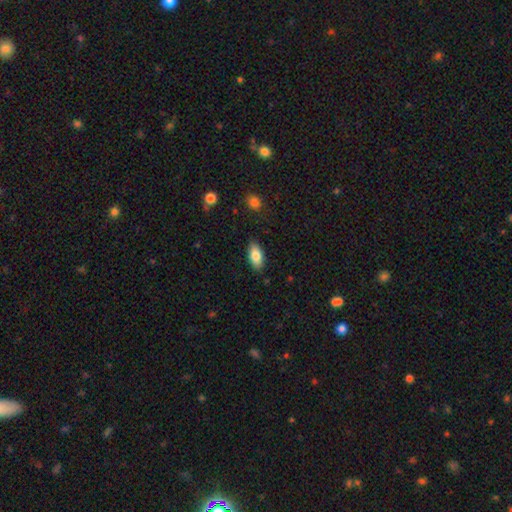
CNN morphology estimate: smooth 83%, featured or disk 10%, star or artifact 7%. Down the decision tree: how rounded — in between (91%); merging — none (85%).